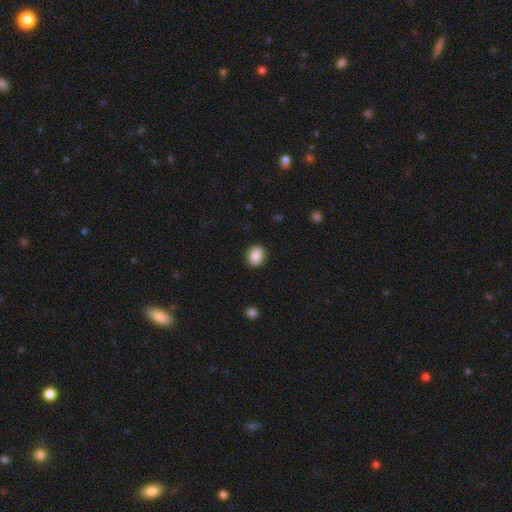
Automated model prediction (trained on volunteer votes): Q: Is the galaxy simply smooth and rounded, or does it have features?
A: smooth — 88%.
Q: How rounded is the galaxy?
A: in between — 54%.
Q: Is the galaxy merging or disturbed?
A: none — 88%.